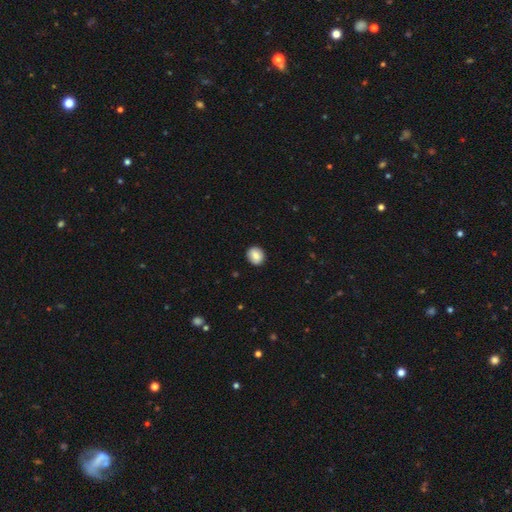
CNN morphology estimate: This is clearly a smooth galaxy (80%). How rounded: likely round (79%). Merging: clearly none (89%).